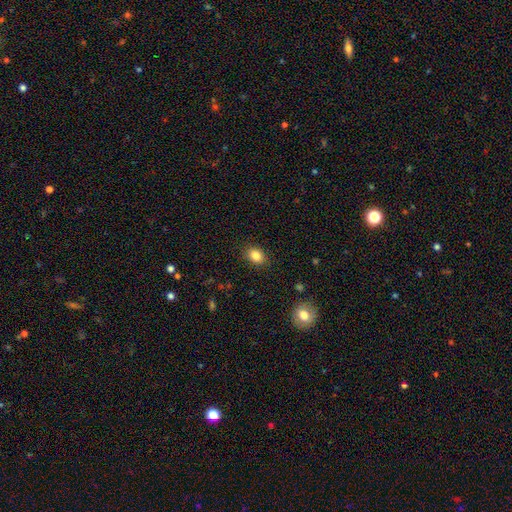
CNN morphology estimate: smooth-or-featured: smooth: 84% | star or artifact: 10% | featured or disk: 6%
  how-rounded: in between: 56% | round: 43% | cigar-shaped: 1%
  merging: none: 87% | minor disturbance: 9% | major disturbance: 3% | merger: 1%